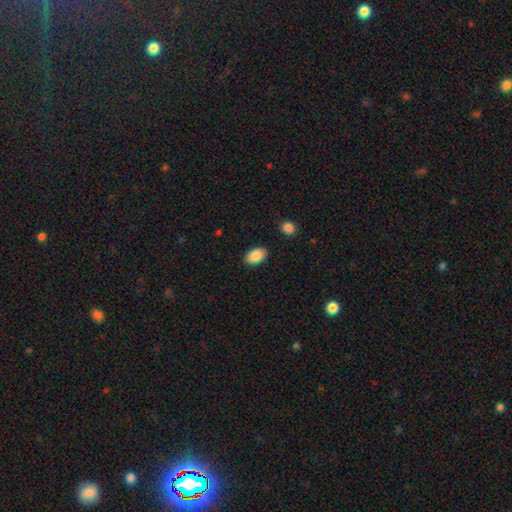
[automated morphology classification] This appears to be a smooth galaxy with no disk features (88%) that is in between round and cigar-shaped (90%). Merging: none (88%).